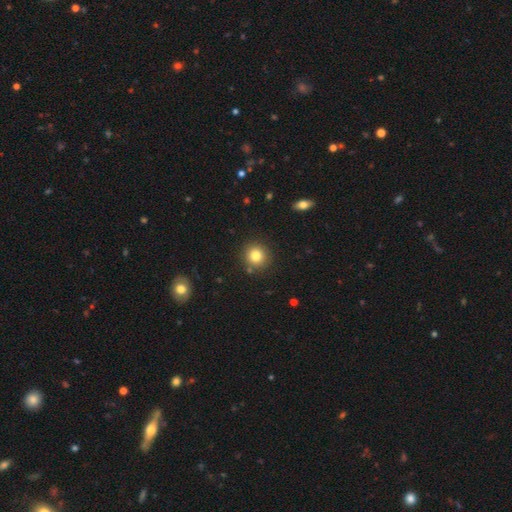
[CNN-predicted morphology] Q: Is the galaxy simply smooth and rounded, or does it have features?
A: smooth — 81%.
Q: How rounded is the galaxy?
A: round — 92%.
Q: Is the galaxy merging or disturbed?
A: none — 87%.